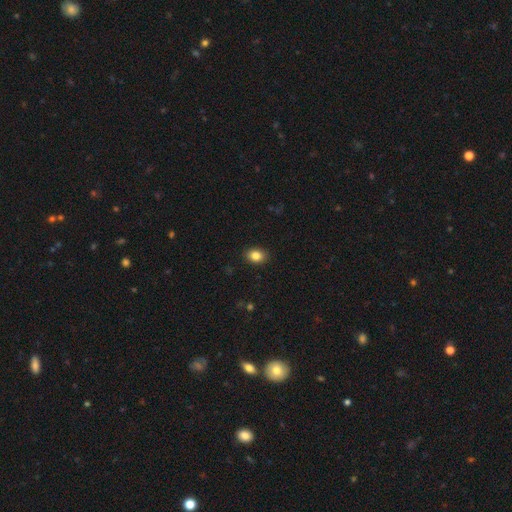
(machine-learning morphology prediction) A smooth galaxy with no disk features (84%) that is in between round and cigar-shaped (68%).

Vote fractions:
- Smooth or featured? smooth: 84% / star or artifact: 10% / featured or disk: 6%
- How rounded? in between: 68% / round: 31% / cigar-shaped: 1%
- Merging? none: 90% / minor disturbance: 8% / major disturbance: 2% / merger: 1%